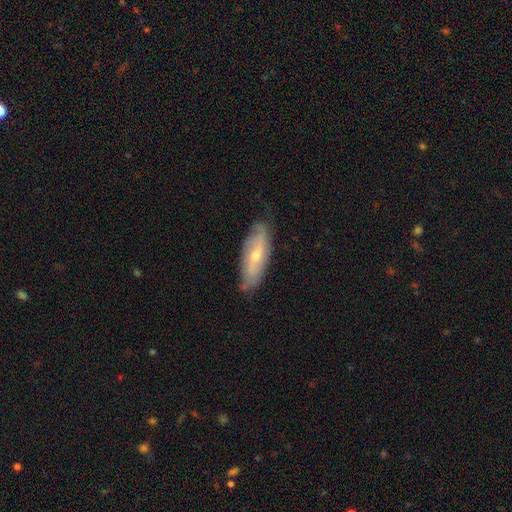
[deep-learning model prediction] Smooth or featured?
  - featured or disk: 61% *
  - smooth: 32%
  - star or artifact: 6%
Edge-on disk?
  - no: 74% *
  - yes: 26%
Merging?
  - none: 76% *
  - minor disturbance: 19%
  - major disturbance: 3%
  - merger: 1%